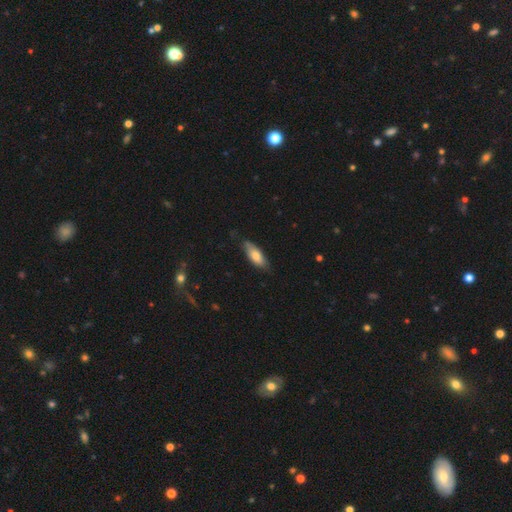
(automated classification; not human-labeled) Overall: smooth (73%). How rounded: in between (71%). Merging: none (73%).